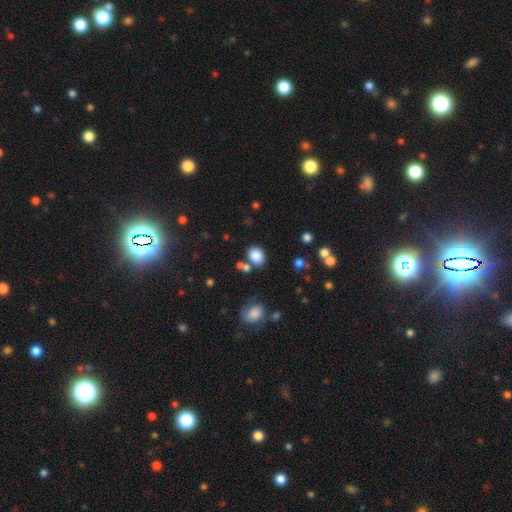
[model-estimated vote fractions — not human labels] Q: Smooth or featured?
A: smooth (85%); runner-up: star or artifact (10%)
Q: How rounded?
A: in between (61%); runner-up: round (38%)
Q: Merging?
A: none (71%); runner-up: minor disturbance (13%)